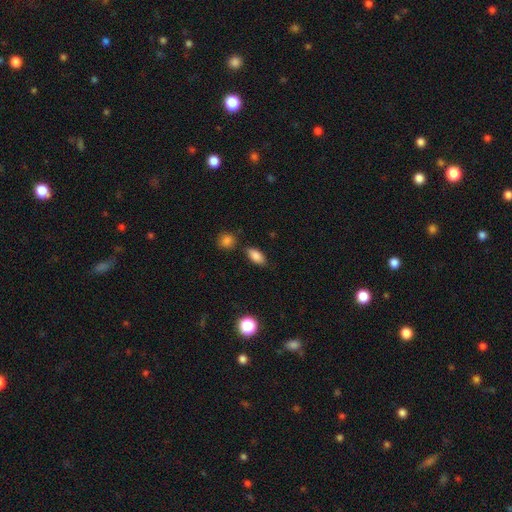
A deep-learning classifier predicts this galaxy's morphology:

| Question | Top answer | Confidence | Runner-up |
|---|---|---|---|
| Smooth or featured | smooth | 85% | star or artifact (8%) |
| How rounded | in between | 88% | cigar-shaped (8%) |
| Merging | none | 80% | minor disturbance (12%) |